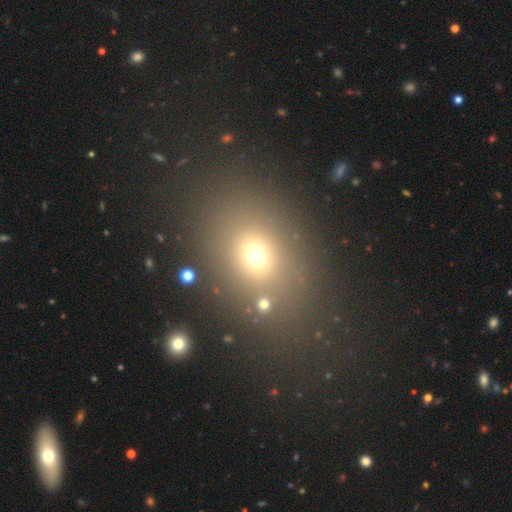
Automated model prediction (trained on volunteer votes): Q: Smooth or featured?
A: smooth (66%); runner-up: star or artifact (22%)
Q: How rounded?
A: in between (56%); runner-up: round (43%)
Q: Merging?
A: none (77%); runner-up: minor disturbance (11%)